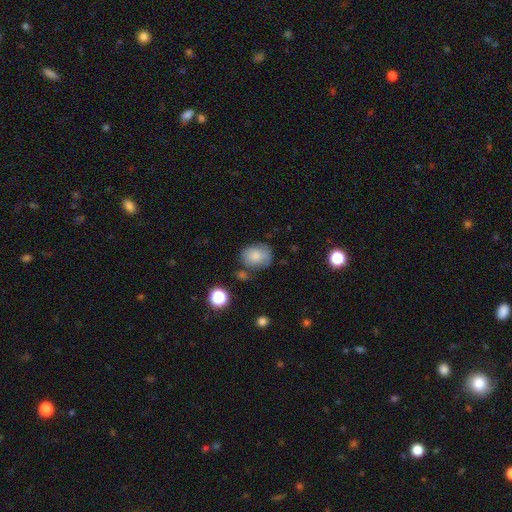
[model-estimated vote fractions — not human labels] smooth-or-featured: smooth: 74% | featured or disk: 16% | star or artifact: 10%
  how-rounded: in between: 51% | round: 48% | cigar-shaped: 1%
  merging: none: 59% | minor disturbance: 25% | major disturbance: 9% | merger: 7%